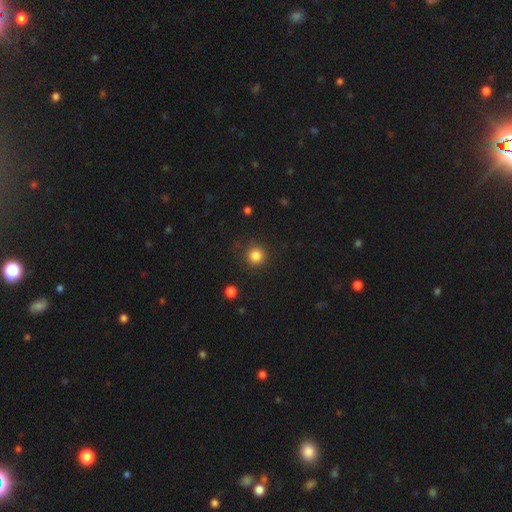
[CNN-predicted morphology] Smooth or featured?
  - smooth: 84% *
  - star or artifact: 12%
  - featured or disk: 4%
How rounded?
  - round: 94% *
  - in between: 5%
  - cigar-shaped: 1%
Merging?
  - none: 88% *
  - minor disturbance: 8%
  - major disturbance: 3%
  - merger: 2%